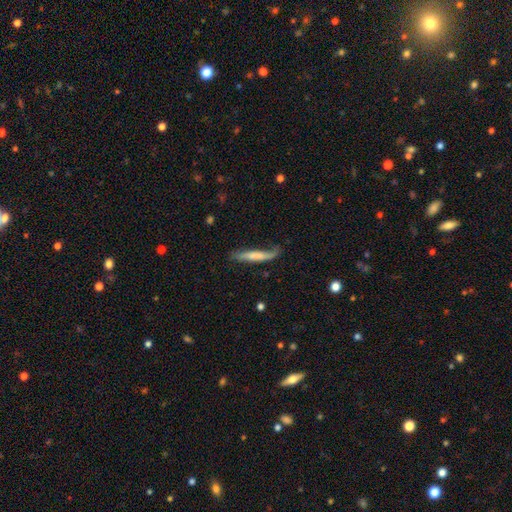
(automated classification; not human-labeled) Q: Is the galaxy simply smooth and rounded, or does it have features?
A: smooth — 60%.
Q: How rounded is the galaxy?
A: cigar-shaped — 90%.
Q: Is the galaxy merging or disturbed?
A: none — 52%.